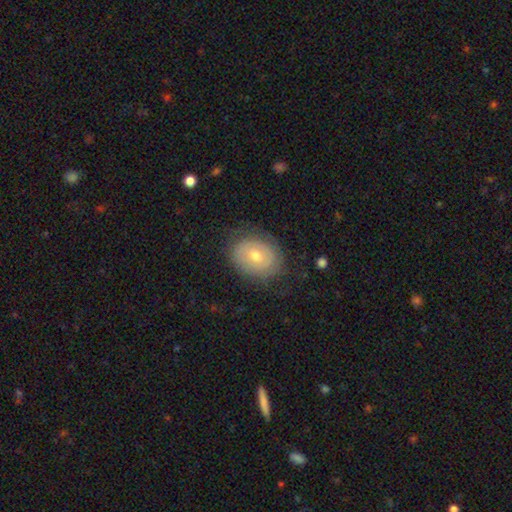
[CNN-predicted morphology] Smooth or featured?
  - featured or disk: 48% *
  - smooth: 44%
  - star or artifact: 8%
Merging?
  - none: 77% *
  - minor disturbance: 16%
  - major disturbance: 6%
  - merger: 1%